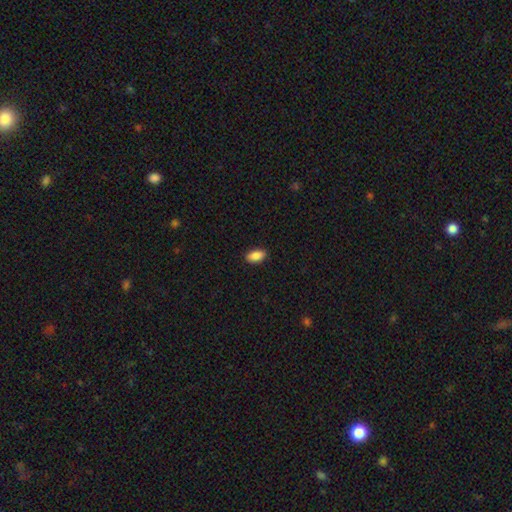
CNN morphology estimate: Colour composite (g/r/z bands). It shows a smooth galaxy with no disk features (87%) that is in between round and cigar-shaped (92%). Merging: none (89%).